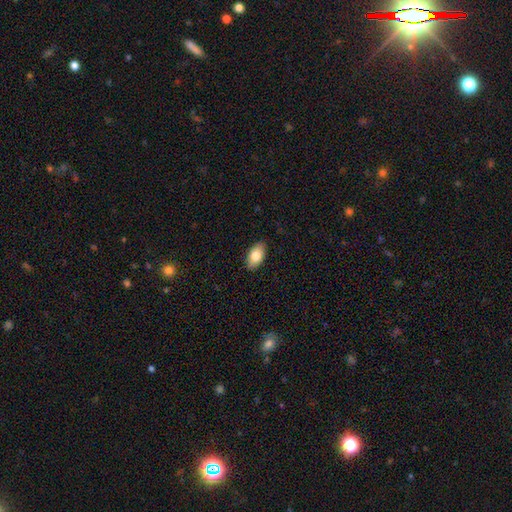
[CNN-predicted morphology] This appears to be a smooth galaxy with no disk features (80%) that is in between round and cigar-shaped (93%). Merging: none (88%).